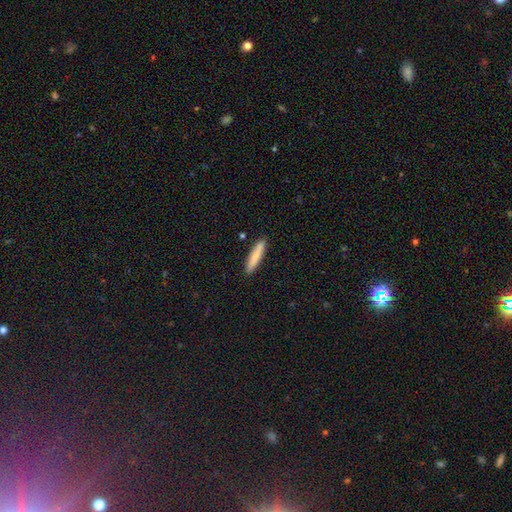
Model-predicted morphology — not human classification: Smooth or featured?
  - smooth: 81% *
  - featured or disk: 13%
  - star or artifact: 6%
How rounded?
  - cigar-shaped: 91% *
  - in between: 8%
  - round: 1%
Merging?
  - none: 90% *
  - minor disturbance: 7%
  - major disturbance: 1%
  - merger: 1%